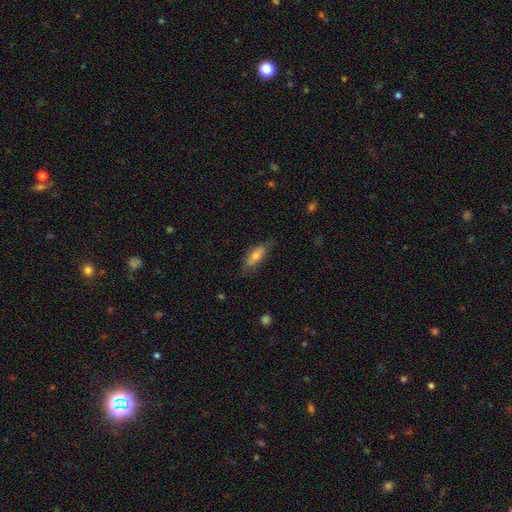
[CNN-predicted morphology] This appears to be a smooth galaxy with no disk features (53%) that is in between round and cigar-shaped (58%). Merging: none (73%).